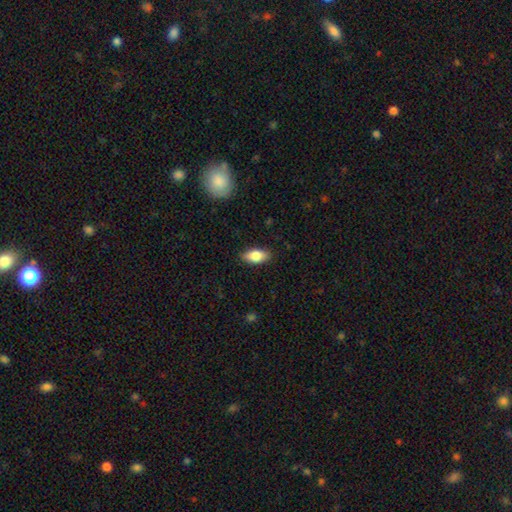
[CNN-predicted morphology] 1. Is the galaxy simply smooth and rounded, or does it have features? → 82% smooth, 11% featured or disk, 7% star or artifact.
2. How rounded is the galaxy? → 90% in between, 7% cigar-shaped, 4% round.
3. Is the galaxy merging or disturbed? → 88% none, 9% minor disturbance, 2% major disturbance, 1% merger.